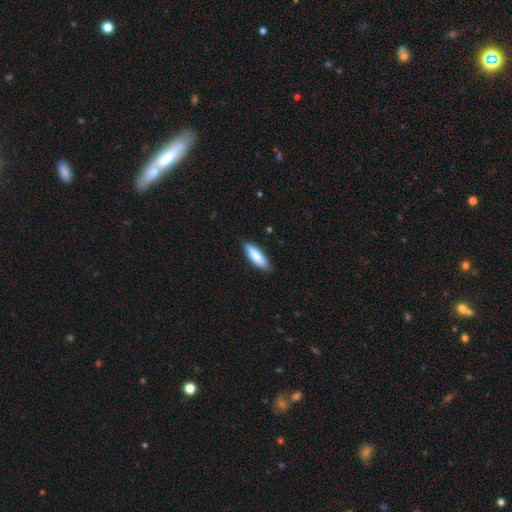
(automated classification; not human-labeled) smooth 84%, featured or disk 11%, star or artifact 5%. Down the decision tree: how rounded — cigar-shaped (49%, tied with in between); merging — none (84%).